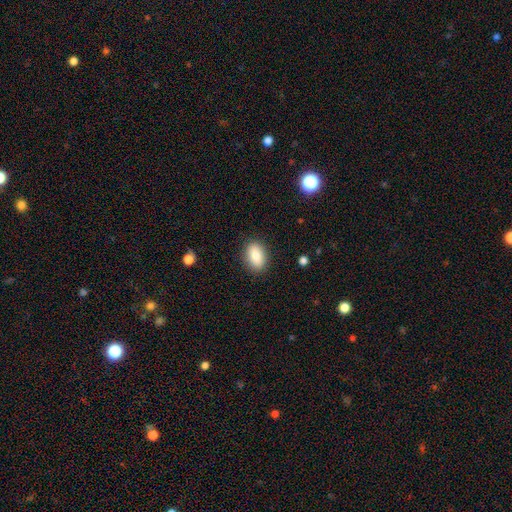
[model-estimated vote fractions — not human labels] smooth_or_featured: smooth (p=0.86) [alt: featured or disk p=0.07]
how_rounded: in between (p=0.87) [alt: round p=0.10]
merging: none (p=0.87) [alt: minor disturbance p=0.10]